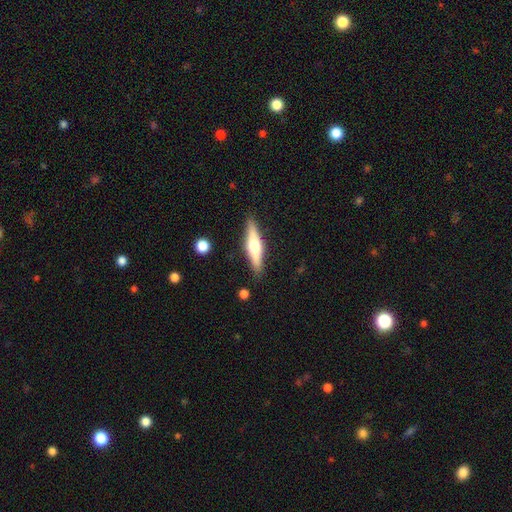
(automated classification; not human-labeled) Q: Smooth or featured?
A: featured or disk (59%); runner-up: smooth (34%)
Q: Edge-on disk?
A: yes (94%); runner-up: no (6%)
Q: Edge-on bulge?
A: rounded (90%); runner-up: boxy (5%)
Q: Merging?
A: none (88%); runner-up: minor disturbance (9%)